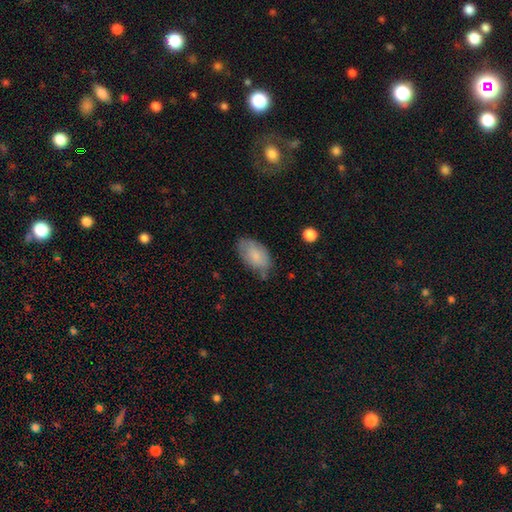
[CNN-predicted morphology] Smooth or featured? smooth (77%)
How rounded? in between (94%)
Merging? none (59%)